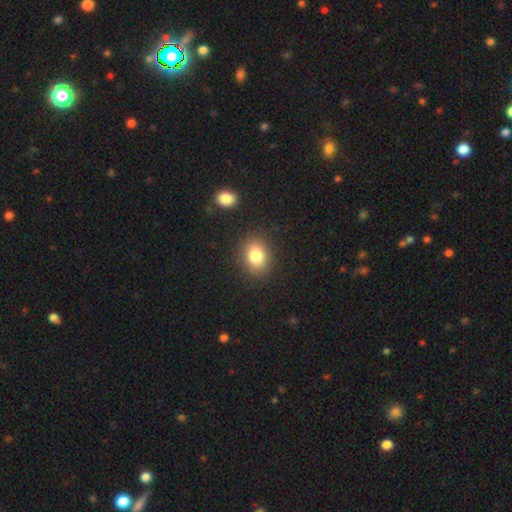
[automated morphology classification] Smooth or featured?
  - smooth: 83% *
  - star or artifact: 10%
  - featured or disk: 7%
How rounded?
  - in between: 52% *
  - round: 47%
  - cigar-shaped: 1%
Merging?
  - none: 87% *
  - minor disturbance: 8%
  - major disturbance: 3%
  - merger: 2%